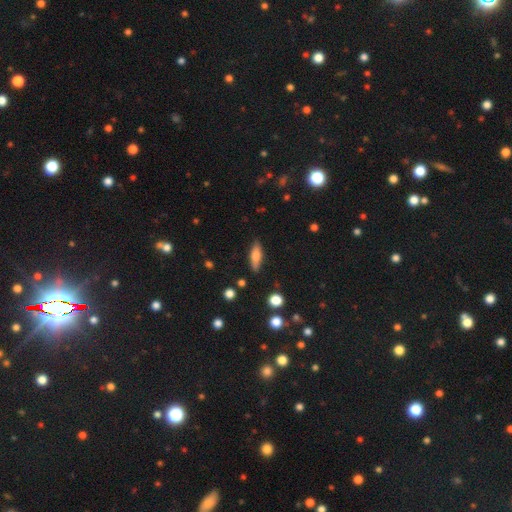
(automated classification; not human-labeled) smooth-or-featured: smooth: 66% | featured or disk: 27% | star or artifact: 7%
  how-rounded: in between: 50% | cigar-shaped: 48% | round: 3%
  merging: none: 85% | minor disturbance: 11% | major disturbance: 2% | merger: 2%